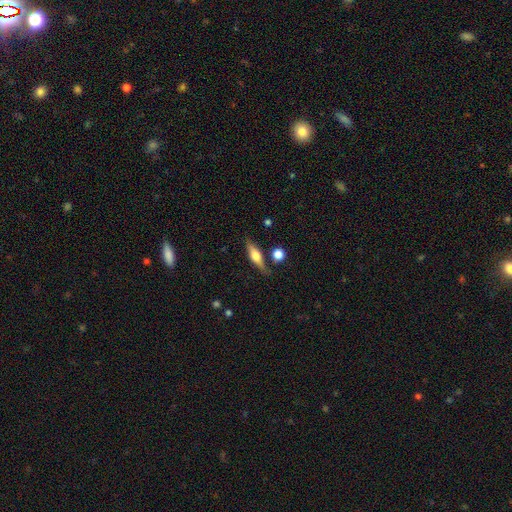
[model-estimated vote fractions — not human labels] featured or disk 56%, smooth 37%, star or artifact 7%. Down the decision tree: edge-on disk — yes (94%); edge-on bulge — rounded (89%); merging — none (76%).